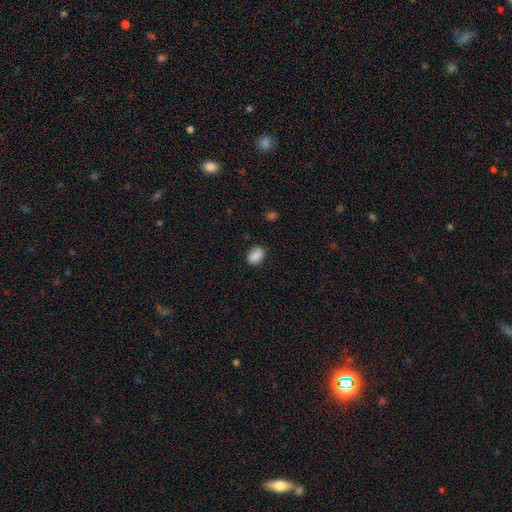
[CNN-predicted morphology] Smooth or featured? Predicted: smooth (p=0.88). How rounded? Predicted: in between (p=0.80). Merging? Predicted: none (p=0.84).